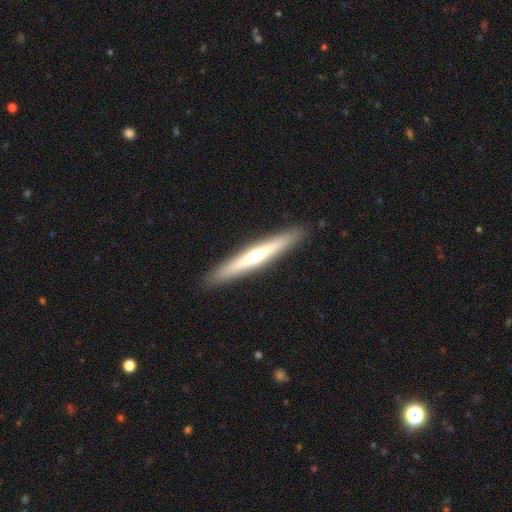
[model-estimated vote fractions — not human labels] Overall: featured or disk (58%; smooth 37%). Edge-on disk: yes (95%). Edge-on bulge: rounded (83%). Merging: none (92%).